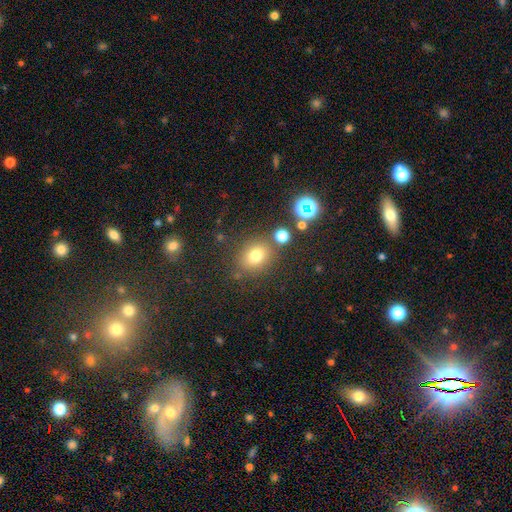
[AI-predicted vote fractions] Smooth or featured? smooth (74%)
How rounded? round (61%)
Merging? none (76%)